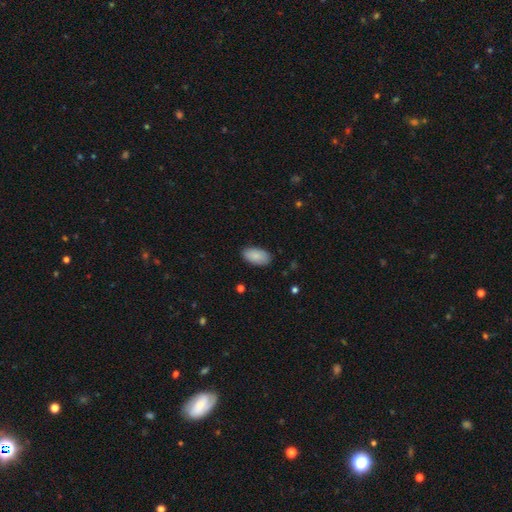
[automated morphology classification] Overall: smooth (88%). How rounded: in between (95%). Merging: none (86%).